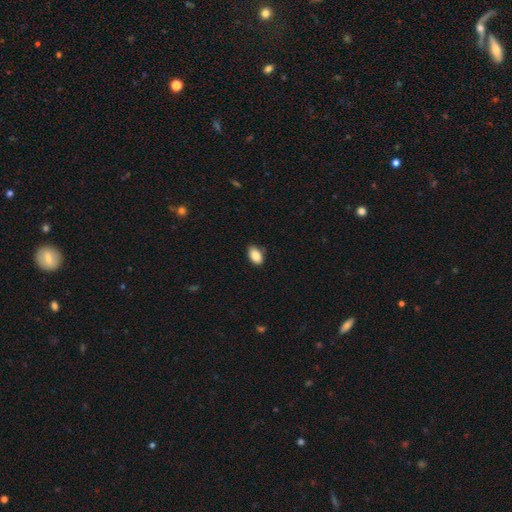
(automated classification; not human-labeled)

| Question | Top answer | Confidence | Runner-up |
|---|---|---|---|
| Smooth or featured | smooth | 88% | star or artifact (7%) |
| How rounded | in between | 91% | round (7%) |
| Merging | none | 82% | minor disturbance (14%) |